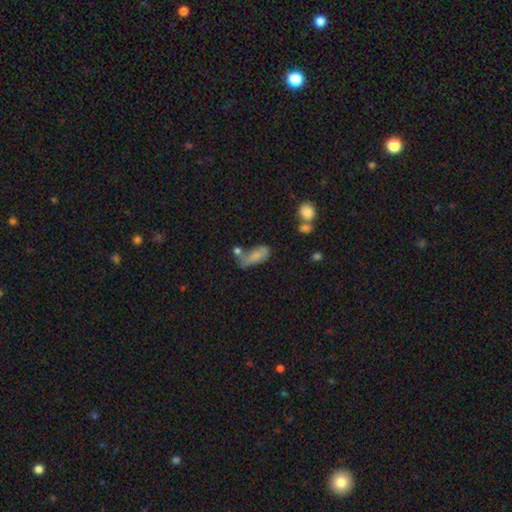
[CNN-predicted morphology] A smooth galaxy with no disk features (74%) that is in between round and cigar-shaped (80%).

Vote fractions:
- Smooth or featured? smooth: 74% / featured or disk: 17% / star or artifact: 10%
- How rounded? in between: 80% / cigar-shaped: 17% / round: 4%
- Merging? none: 34% / minor disturbance: 26% / merger: 22% / major disturbance: 18%